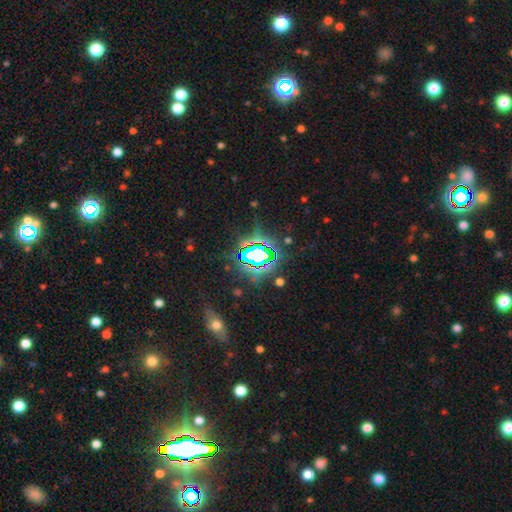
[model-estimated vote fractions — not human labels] star or artifact 72%, smooth 16%, featured or disk 12%.